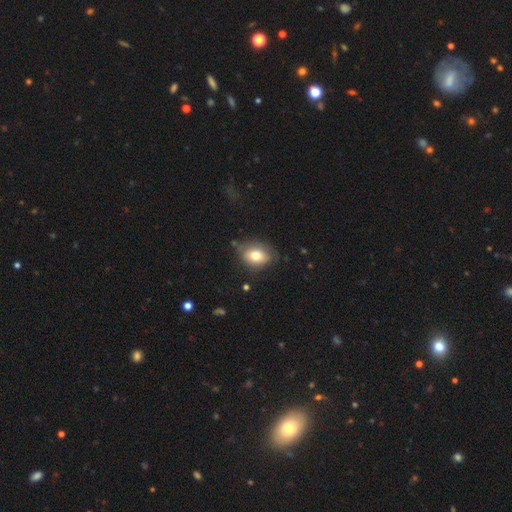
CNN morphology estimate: Smooth or featured? Predicted: smooth (p=0.77). How rounded? Predicted: in between (p=0.70). Merging? Predicted: none (p=0.70).